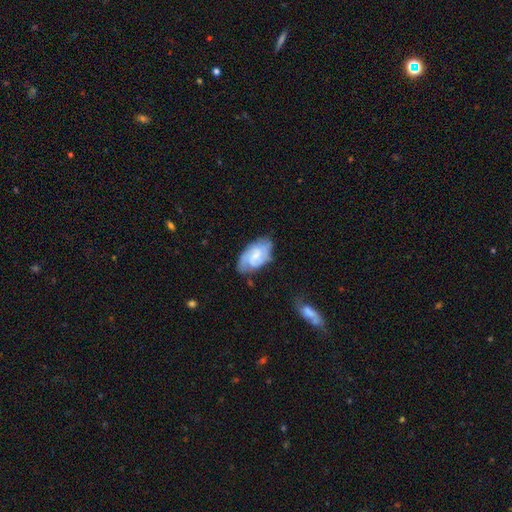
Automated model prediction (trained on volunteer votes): smooth_or_featured: featured or disk (p=0.66) [alt: smooth p=0.28]
disk_edge_on: no (p=0.96) [alt: yes p=0.04]
bar: weak (p=0.48) [alt: no p=0.43]
has_spiral_arms: yes (p=0.90) [alt: no p=0.10]
spiral_winding: tight (p=0.43) [tied with: medium p=0.43]
spiral_arm_count: 2 (p=0.53) [alt: can't tell p=0.26]
bulge_size: small (p=0.52) [alt: moderate p=0.31]
merging: none (p=0.64) [alt: minor disturbance p=0.26]